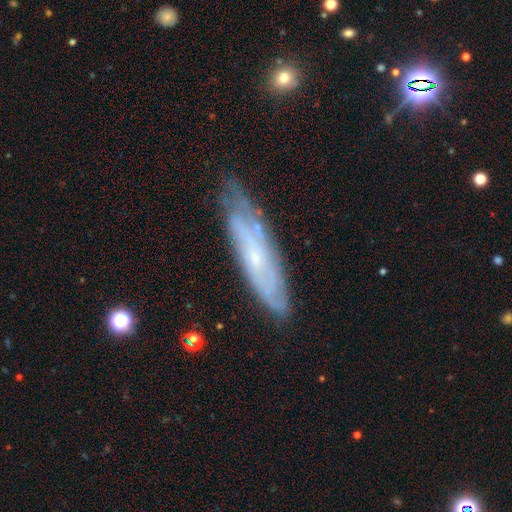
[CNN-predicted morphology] Smooth or featured? Predicted: featured or disk (p=0.65). Edge-on disk? Predicted: no (p=0.65). Merging? Predicted: none (p=0.70).